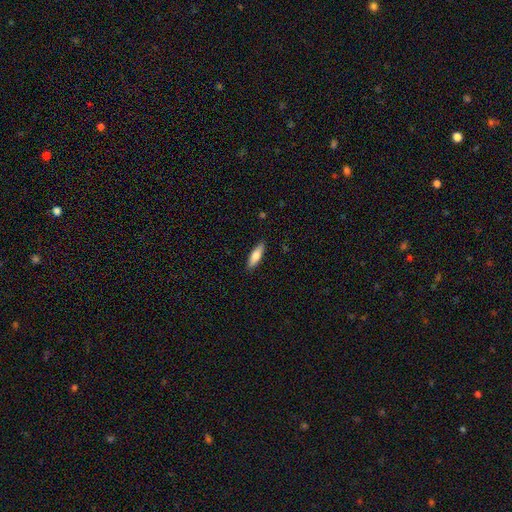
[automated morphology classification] A smooth galaxy with no disk features (76%) that is cigar-shaped (51%).

Vote fractions:
- Smooth or featured? smooth: 76% / featured or disk: 18% / star or artifact: 6%
- How rounded? cigar-shaped: 51% / in between: 47% / round: 2%
- Merging? none: 88% / minor disturbance: 9% / major disturbance: 2% / merger: 1%